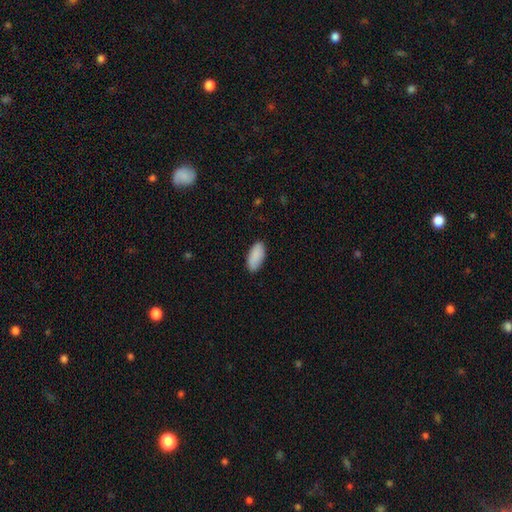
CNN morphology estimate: smooth_or_featured: smooth (p=0.90) [alt: star or artifact p=0.06]
how_rounded: in between (p=0.92) [alt: cigar-shaped p=0.06]
merging: none (p=0.87) [alt: minor disturbance p=0.10]